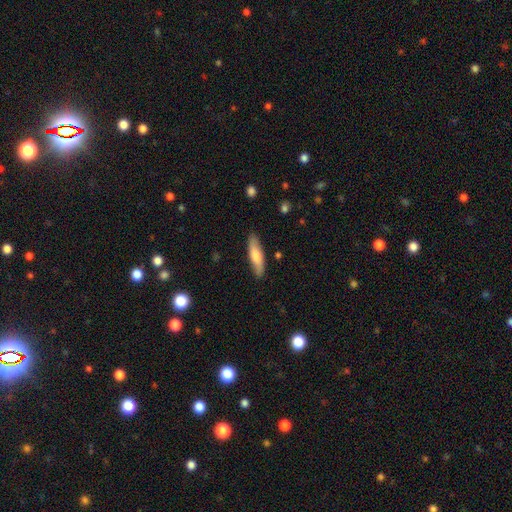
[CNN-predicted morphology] This appears to be a smooth galaxy with no disk features (67%) that is cigar-shaped (70%). Merging: none (86%).